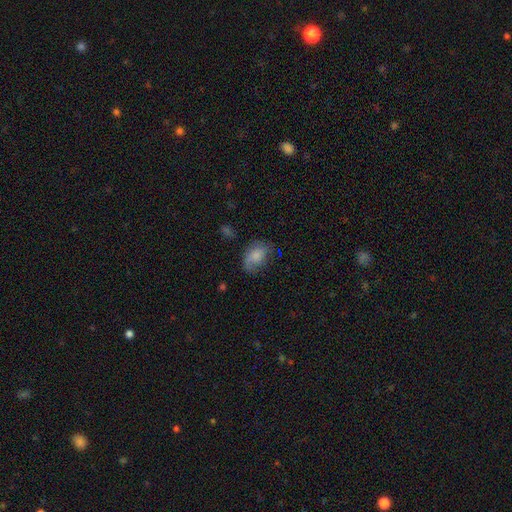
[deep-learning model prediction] A smooth galaxy with no disk features (72%) that is in between round and cigar-shaped (80%). Merging: none (51%).